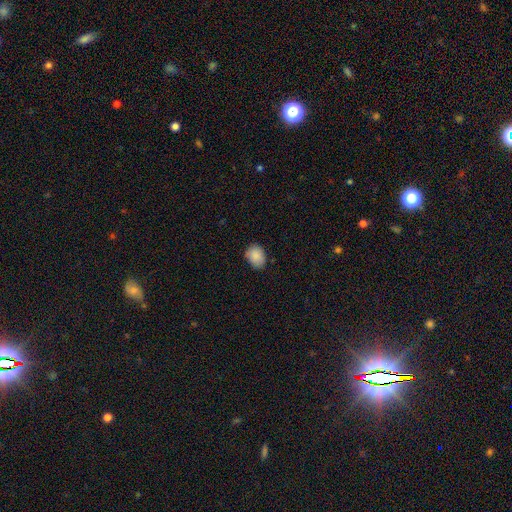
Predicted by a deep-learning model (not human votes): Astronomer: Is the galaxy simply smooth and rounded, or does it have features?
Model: smooth — 88%.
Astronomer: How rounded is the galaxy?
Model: in between — 60% (runner-up: round, 39%).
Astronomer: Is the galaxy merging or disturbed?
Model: none — 76%.